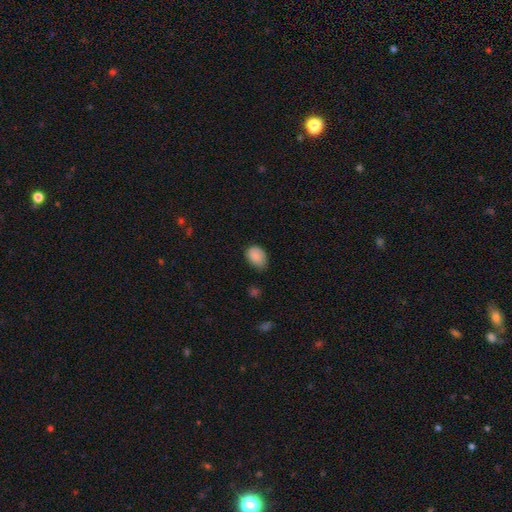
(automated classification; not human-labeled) A smooth galaxy with no disk features (86%) that is in between round and cigar-shaped (76%). Merging: none (59%).